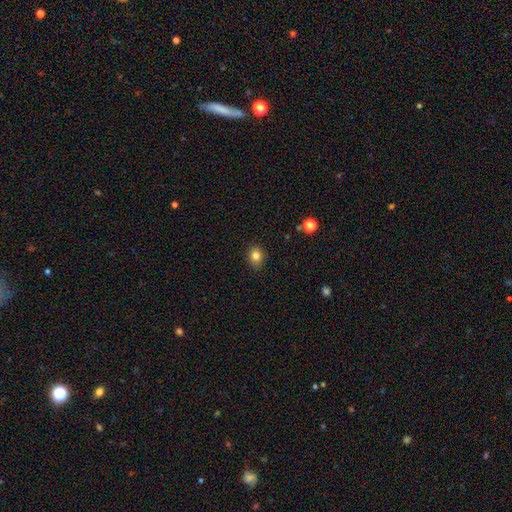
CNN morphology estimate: This is clearly a smooth galaxy (82%). How rounded: possibly round (58%). Merging: clearly none (88%).